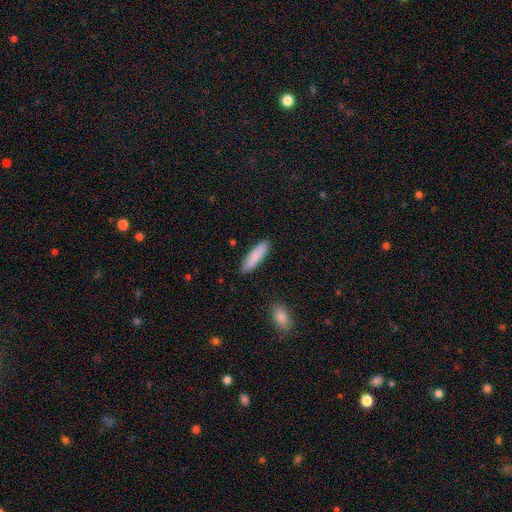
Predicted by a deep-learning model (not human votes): The model was most divided on "how rounded": cigar-shaped: 65%, in between: 34%, round: 1%. More confident: merging — none (89%); smooth or featured — smooth (87%).